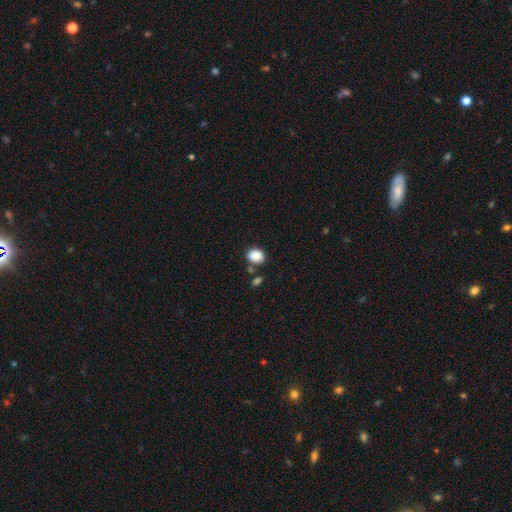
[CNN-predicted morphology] Overall: smooth (87%). How rounded: round (54%; in between 45%). Merging: none (74%).